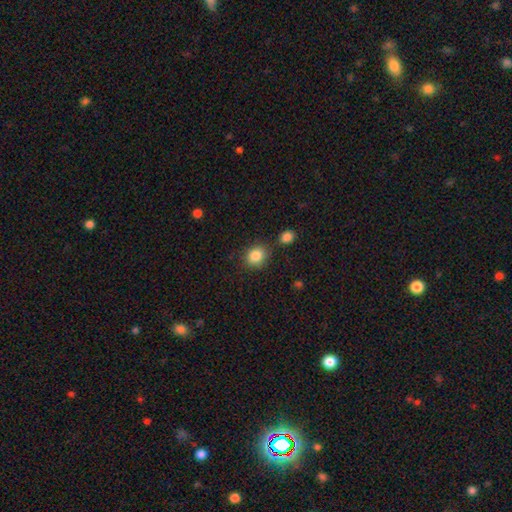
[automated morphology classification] A smooth galaxy with no disk features (86%) that is round (67%). Merging: none (77%).